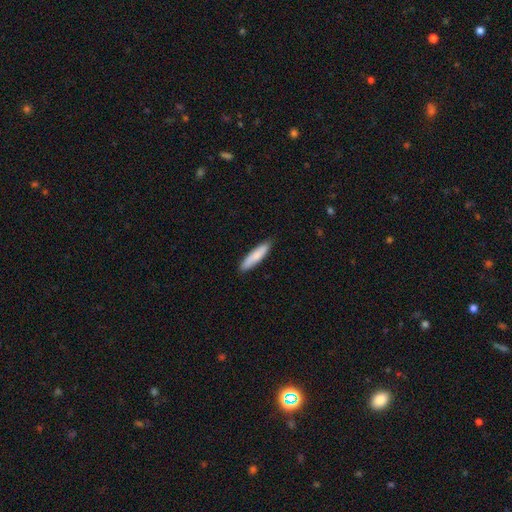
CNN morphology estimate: The model was most divided on "how rounded": cigar-shaped: 79%, in between: 20%, round: 1%. More confident: merging — none (88%); smooth or featured — smooth (83%).